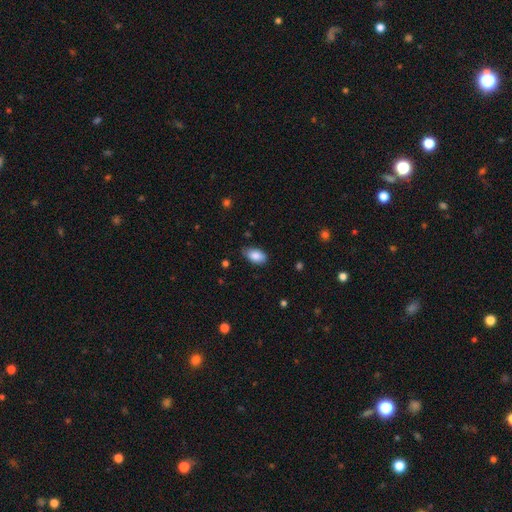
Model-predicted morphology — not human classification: Q: Smooth or featured?
A: smooth (86%); runner-up: featured or disk (7%)
Q: How rounded?
A: in between (93%); runner-up: round (5%)
Q: Merging?
A: none (74%); runner-up: minor disturbance (22%)